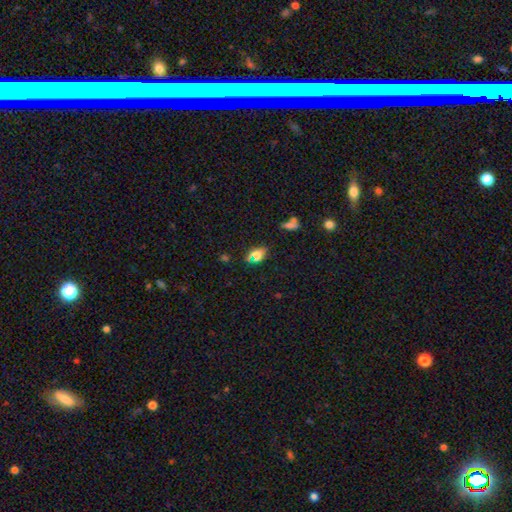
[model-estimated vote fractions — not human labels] A smooth galaxy with no disk features (65%) that is in between round and cigar-shaped (80%). Merging: none (74%).